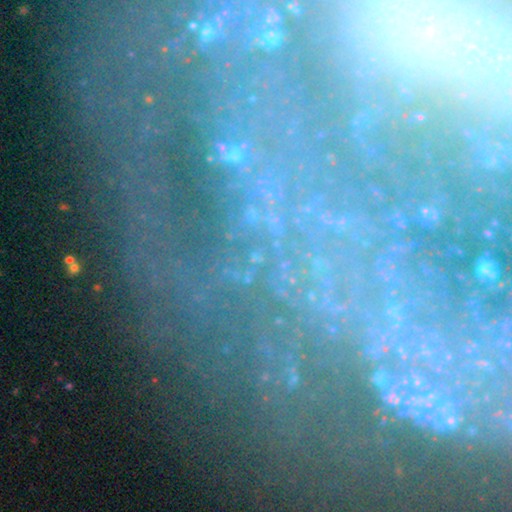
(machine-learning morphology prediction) This appears to be a star or artifact, not a galaxy (57%).